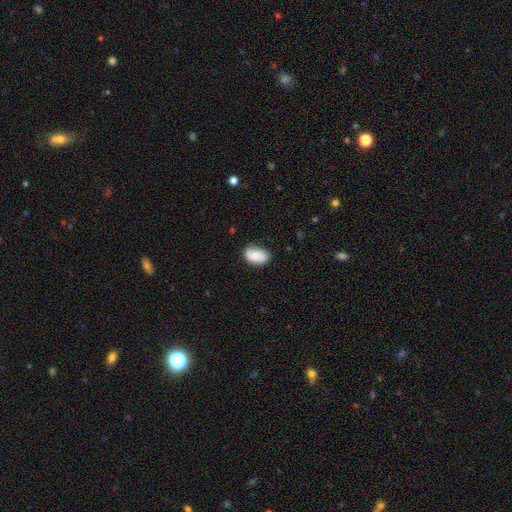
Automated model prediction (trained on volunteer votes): Smooth or featured?
  - smooth: 75% *
  - featured or disk: 18%
  - star or artifact: 7%
How rounded?
  - in between: 89% *
  - round: 10%
  - cigar-shaped: 1%
Merging?
  - none: 75% *
  - minor disturbance: 20%
  - major disturbance: 4%
  - merger: 1%